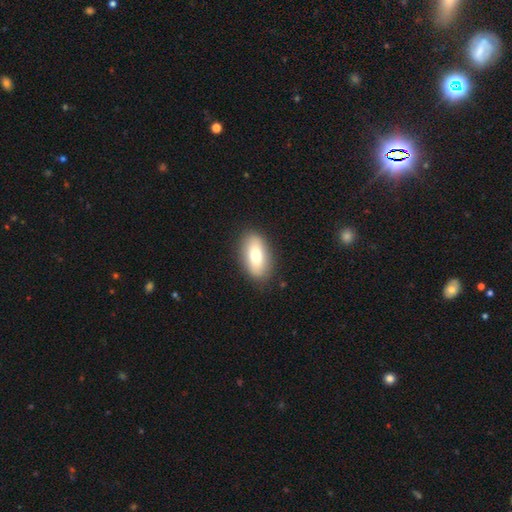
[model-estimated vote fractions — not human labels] The model was most divided on "smooth or featured": smooth: 77%, featured or disk: 16%, star or artifact: 7%. More confident: how rounded — in between (90%); merging — none (86%).